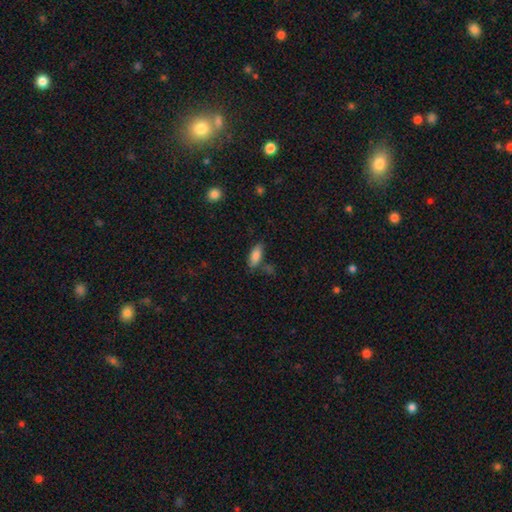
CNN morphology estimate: Q: Smooth or featured?
A: smooth (81%); runner-up: featured or disk (11%)
Q: How rounded?
A: in between (75%); runner-up: cigar-shaped (22%)
Q: Merging?
A: none (70%); runner-up: minor disturbance (19%)